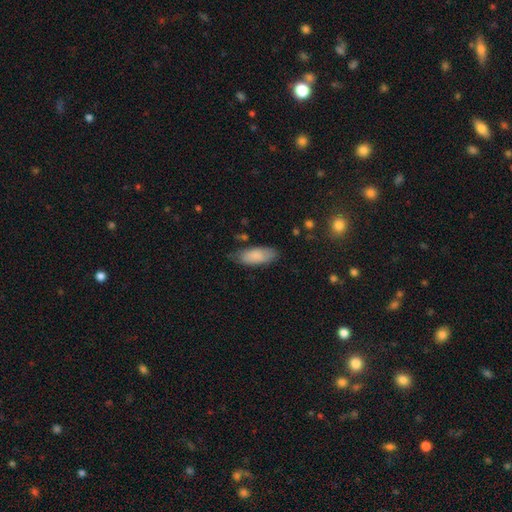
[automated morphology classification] A smooth galaxy with no disk features (84%) that is in between round and cigar-shaped (81%).

Vote fractions:
- Smooth or featured? smooth: 84% / featured or disk: 10% / star or artifact: 6%
- How rounded? in between: 81% / cigar-shaped: 17% / round: 2%
- Merging? none: 68% / minor disturbance: 24% / major disturbance: 5% / merger: 2%